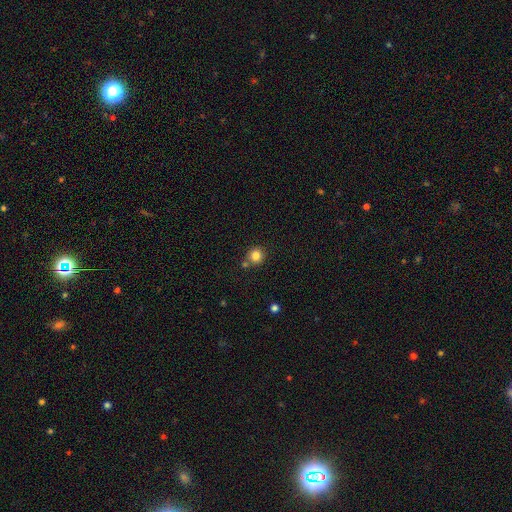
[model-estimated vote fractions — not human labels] This is clearly a smooth galaxy (82%). How rounded: clearly round (91%). Merging: likely none (76%).